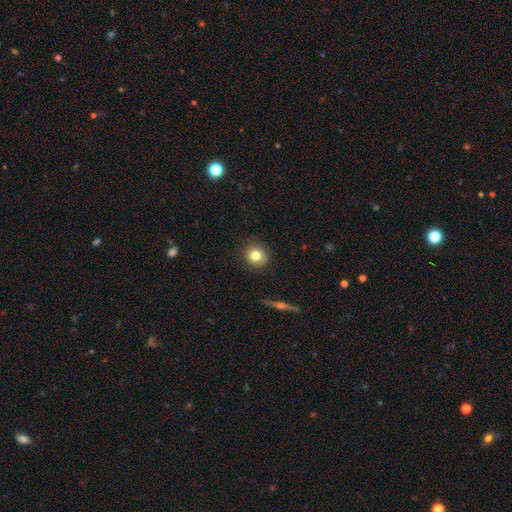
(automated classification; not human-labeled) smooth_or_featured: smooth (p=0.80) [alt: star or artifact p=0.10]
how_rounded: round (p=0.88) [alt: in between p=0.11]
merging: none (p=0.89) [alt: minor disturbance p=0.08]